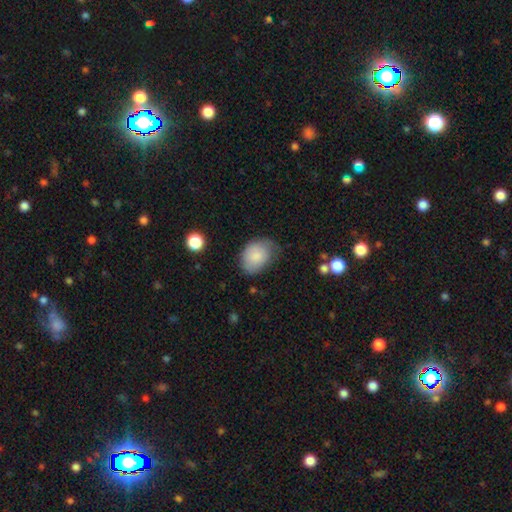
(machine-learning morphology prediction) Smooth or featured? Predicted: smooth (p=0.84). How rounded? Predicted: in between (p=0.72). Merging? Predicted: none (p=0.54).